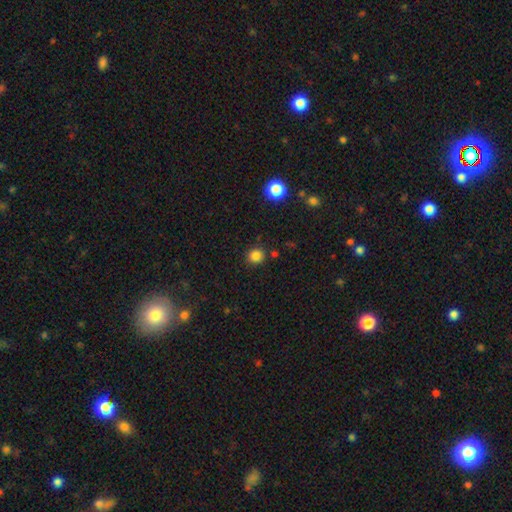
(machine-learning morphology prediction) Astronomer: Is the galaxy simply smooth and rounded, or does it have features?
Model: smooth — 83%.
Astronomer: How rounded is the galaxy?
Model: round — 88%.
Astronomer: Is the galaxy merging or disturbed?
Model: none — 86%.